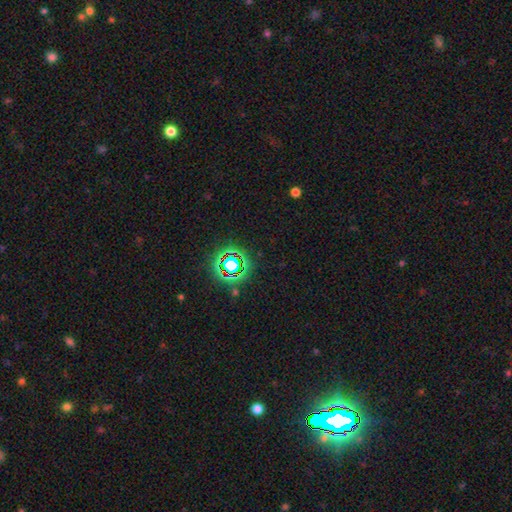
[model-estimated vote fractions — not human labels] This is likely a star or artifact rather than a galaxy (79%).